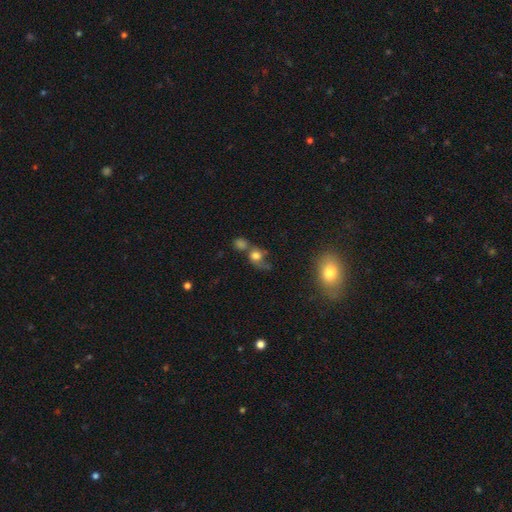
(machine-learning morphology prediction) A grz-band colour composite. It shows a smooth galaxy with no disk features (63%) that is round (66%). Merging: merger (42%).